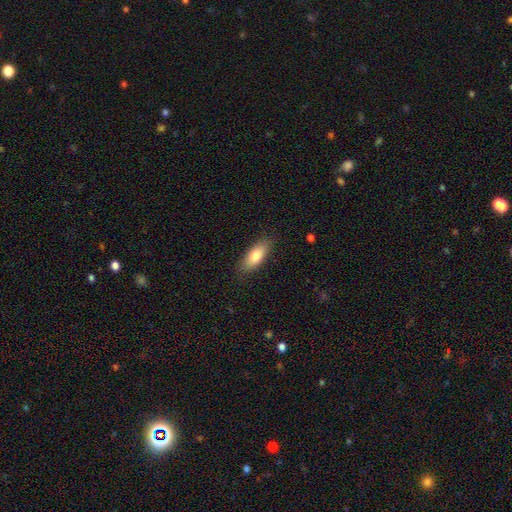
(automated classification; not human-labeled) A smooth galaxy with no disk features (78%) that is in between round and cigar-shaped (74%). Merging: none (84%).